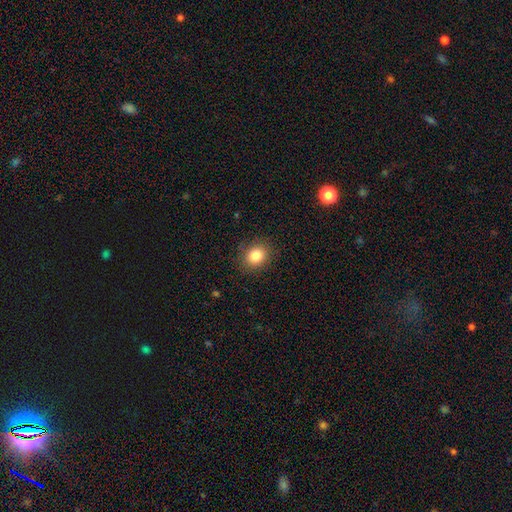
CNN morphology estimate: Smooth or featured? smooth (83%)
How rounded? round (69%)
Merging? none (88%)